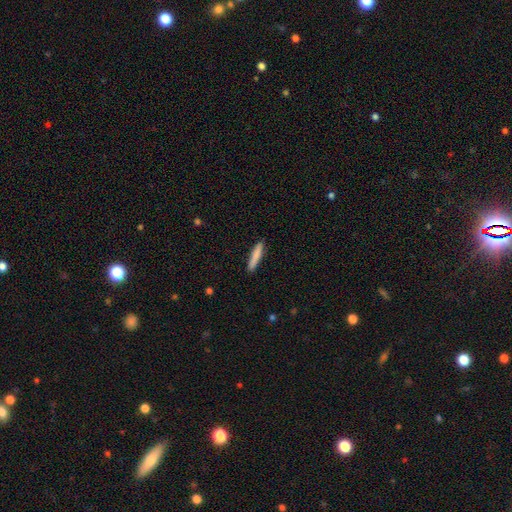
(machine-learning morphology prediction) Smooth or featured? Predicted: smooth (p=0.83). How rounded? Predicted: cigar-shaped (p=0.92). Merging? Predicted: none (p=0.90).